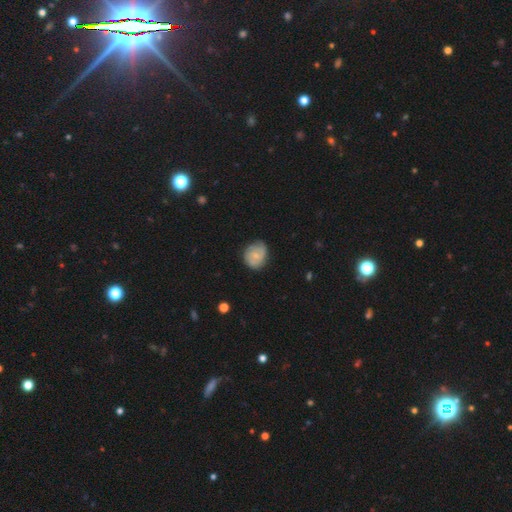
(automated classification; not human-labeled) Smooth or featured?
  - featured or disk: 48% *
  - smooth: 45%
  - star or artifact: 7%
Merging?
  - none: 69% *
  - minor disturbance: 24%
  - major disturbance: 6%
  - merger: 1%